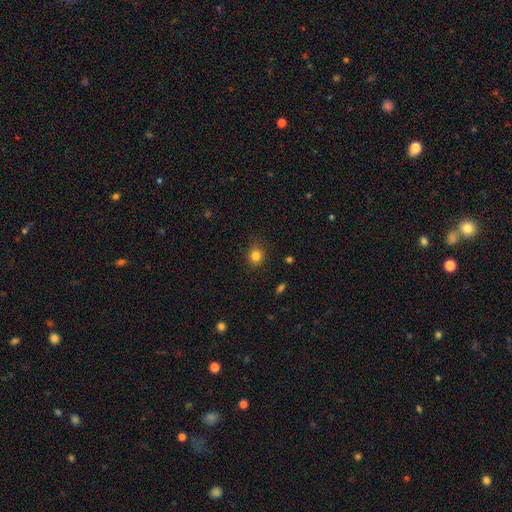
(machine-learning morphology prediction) Smooth or featured? Predicted: smooth (p=0.82). How rounded? Predicted: round (p=0.80). Merging? Predicted: none (p=0.84).